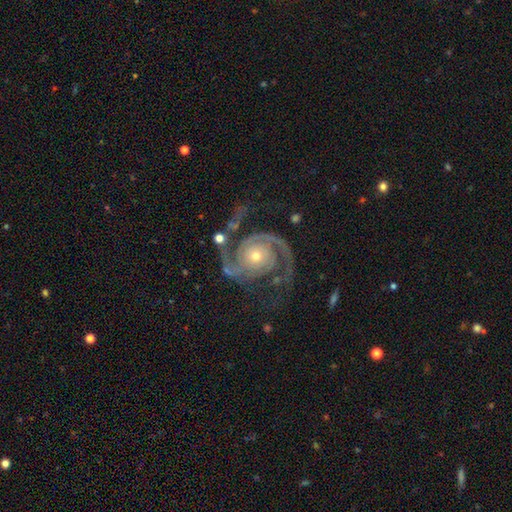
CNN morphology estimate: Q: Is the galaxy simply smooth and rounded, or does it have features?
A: featured or disk — 93%.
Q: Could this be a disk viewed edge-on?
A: no — 98%.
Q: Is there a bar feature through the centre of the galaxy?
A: no — 78%.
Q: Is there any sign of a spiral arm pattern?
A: yes — 99%.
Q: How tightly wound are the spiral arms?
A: medium — 49%.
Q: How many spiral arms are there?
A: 2 — 90%.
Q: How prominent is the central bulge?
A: small — 56%.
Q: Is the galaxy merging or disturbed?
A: none — 71%.